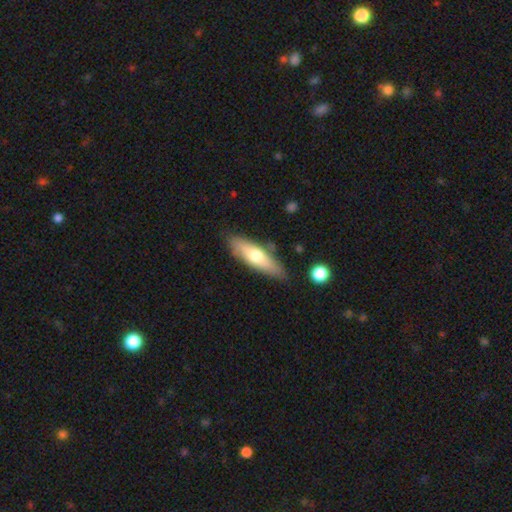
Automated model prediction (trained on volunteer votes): smooth_or_featured: smooth (p=0.58) [alt: featured or disk p=0.36]
how_rounded: cigar-shaped (p=0.53) [alt: in between p=0.45]
merging: none (p=0.81) [alt: minor disturbance p=0.13]